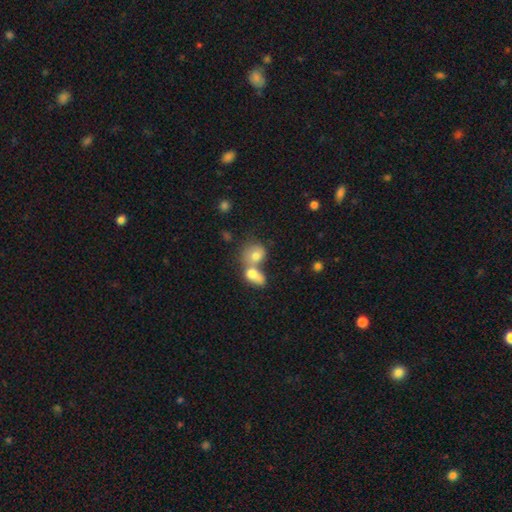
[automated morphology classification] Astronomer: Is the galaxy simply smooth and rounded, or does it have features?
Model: smooth — 73%.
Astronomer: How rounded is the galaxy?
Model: round — 54% (runner-up: in between, 45%).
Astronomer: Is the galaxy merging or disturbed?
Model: merger — 66%.